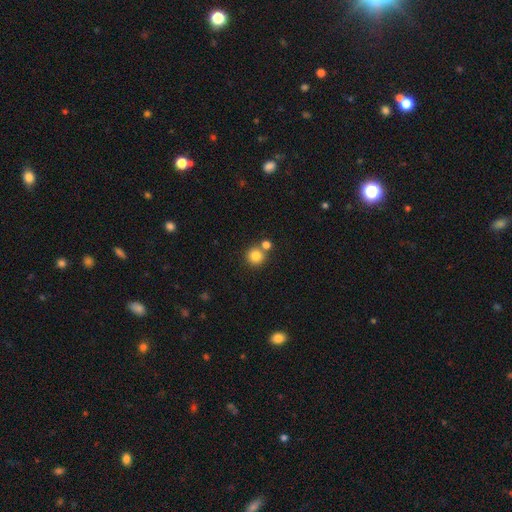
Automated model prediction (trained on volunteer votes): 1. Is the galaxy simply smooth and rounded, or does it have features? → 83% smooth, 11% star or artifact, 6% featured or disk.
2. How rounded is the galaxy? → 93% round, 6% in between, 1% cigar-shaped.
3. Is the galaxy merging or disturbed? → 68% none, 22% merger, 7% minor disturbance, 3% major disturbance.